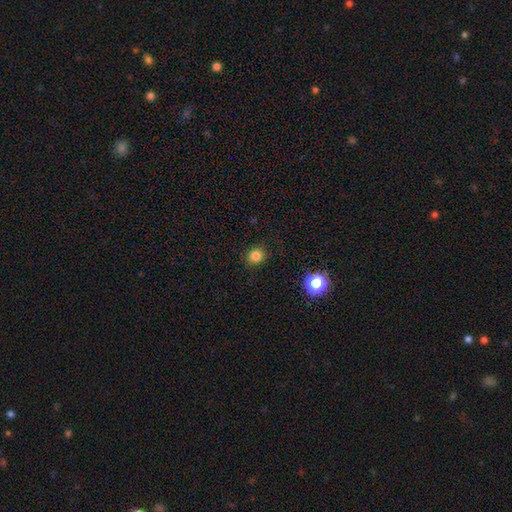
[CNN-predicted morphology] Smooth or featured?
  - smooth: 81% *
  - star or artifact: 14%
  - featured or disk: 5%
How rounded?
  - round: 80% *
  - in between: 20%
  - cigar-shaped: 1%
Merging?
  - none: 89% *
  - minor disturbance: 7%
  - major disturbance: 2%
  - merger: 1%